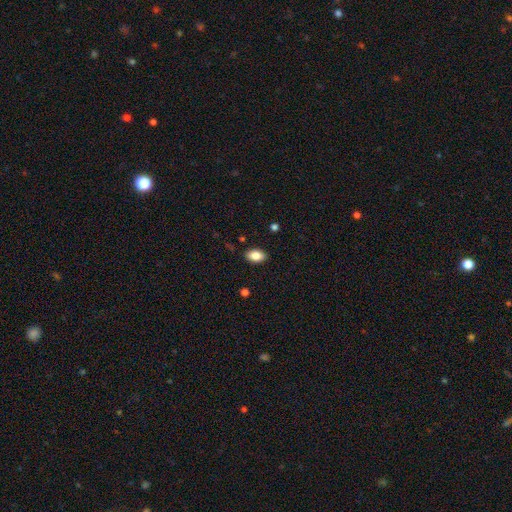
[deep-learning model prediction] Overall: smooth (85%). How rounded: in between (90%). Merging: none (88%).